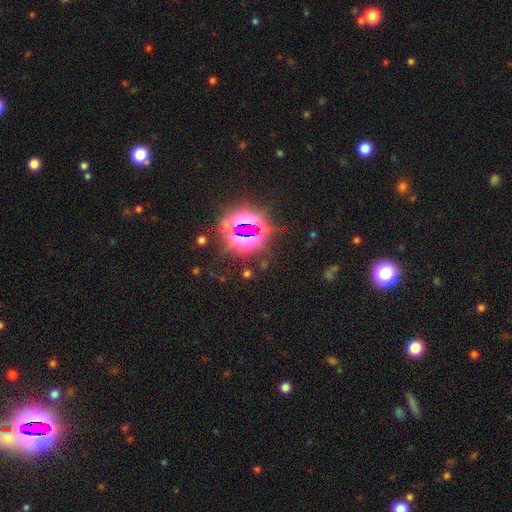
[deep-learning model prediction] The model was most divided on "smooth or featured": star or artifact: 82%, smooth: 11%, featured or disk: 7%.